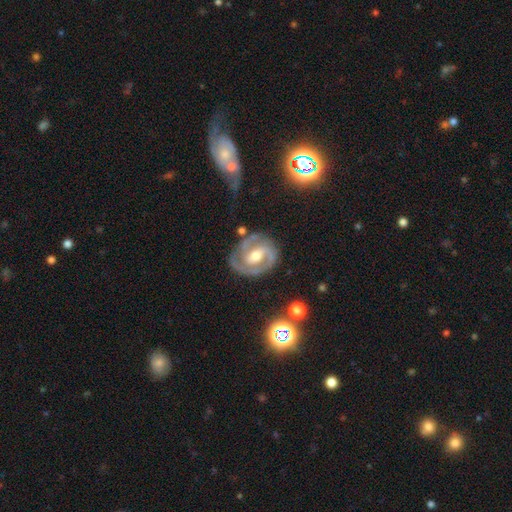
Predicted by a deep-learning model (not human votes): Smooth or featured? featured or disk (89%)
Edge-on disk? no (97%)
Bar? weak (43%)
Spiral arms? yes (96%)
Spiral winding? tight (53%)
Spiral arm count? 2 (84%)
Bulge size? moderate (67%)
Merging? none (75%)